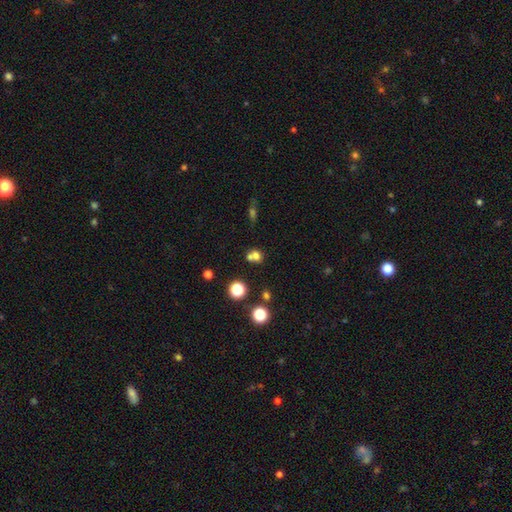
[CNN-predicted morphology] Smooth or featured?
  - smooth: 70% *
  - star or artifact: 19%
  - featured or disk: 12%
How rounded?
  - round: 78% *
  - in between: 21%
  - cigar-shaped: 1%
Merging?
  - none: 45% *
  - merger: 44%
  - minor disturbance: 7%
  - major disturbance: 3%